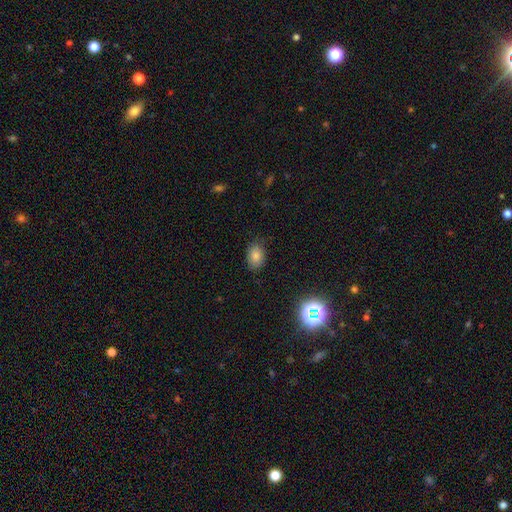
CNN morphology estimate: Smooth or featured? Predicted: smooth (p=0.81). How rounded? Predicted: in between (p=0.77). Merging? Predicted: none (p=0.81).